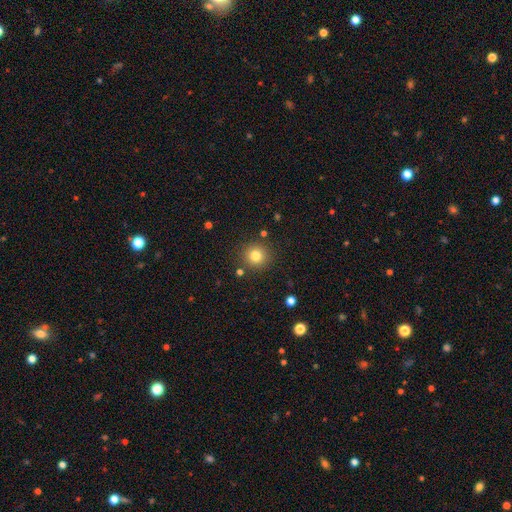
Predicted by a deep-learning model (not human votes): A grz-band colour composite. It shows a smooth galaxy with no disk features (80%) that is round (93%). Merging: none (87%).